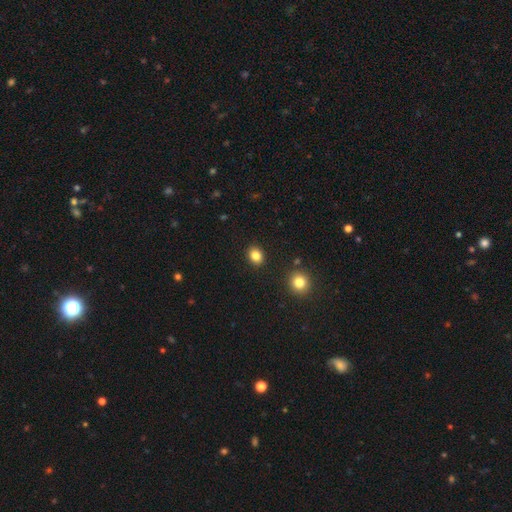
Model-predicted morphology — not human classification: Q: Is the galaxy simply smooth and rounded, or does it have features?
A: smooth — 83%.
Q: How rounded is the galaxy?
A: round — 53%.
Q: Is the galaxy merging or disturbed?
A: none — 90%.